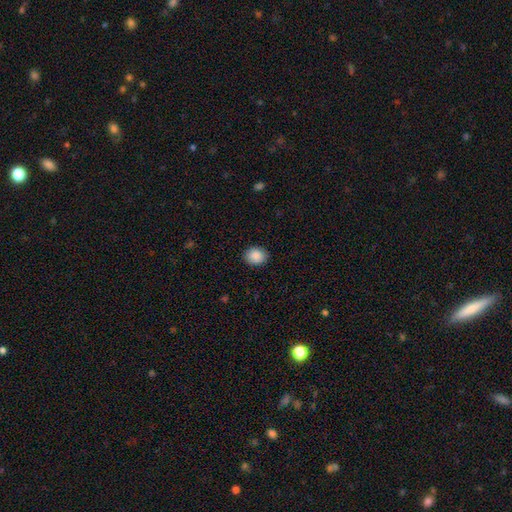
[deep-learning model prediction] The model was most divided on "how rounded": round: 62%, in between: 37%, cigar-shaped: 1%. More confident: merging — none (90%); smooth or featured — smooth (89%).